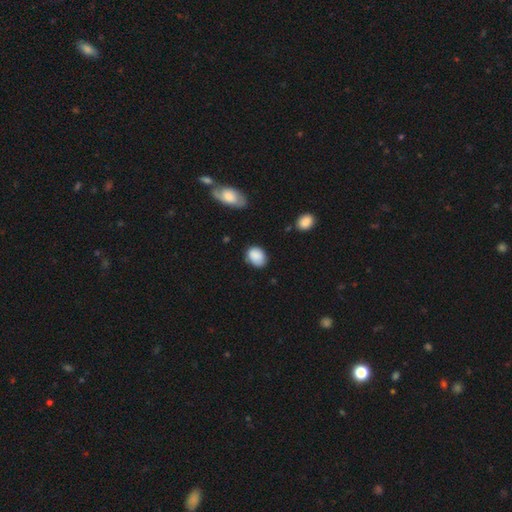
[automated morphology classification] Smooth or featured?
  - smooth: 86% *
  - star or artifact: 7%
  - featured or disk: 6%
How rounded?
  - in between: 64% *
  - round: 35%
  - cigar-shaped: 1%
Merging?
  - none: 71% *
  - minor disturbance: 22%
  - major disturbance: 4%
  - merger: 2%